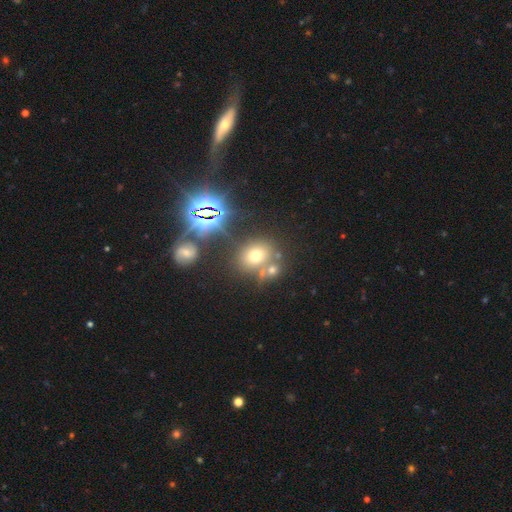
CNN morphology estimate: smooth_or_featured: smooth (p=0.60) [alt: star or artifact p=0.25]
how_rounded: round (p=0.63) [alt: in between p=0.35]
merging: none (p=0.61) [alt: merger p=0.22]